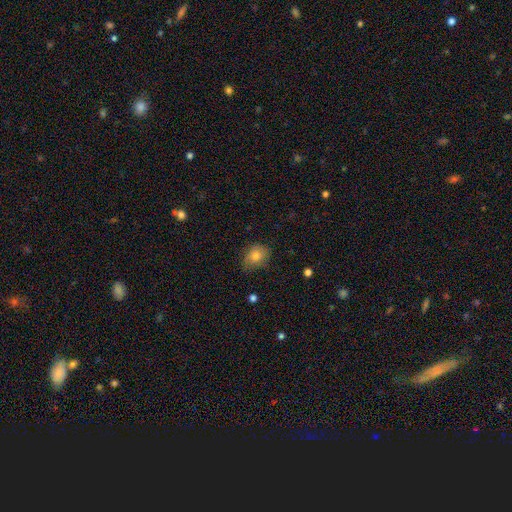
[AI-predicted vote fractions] Morphology: type=smooth (77%); roundness=in between (59%); merging=none (64%).